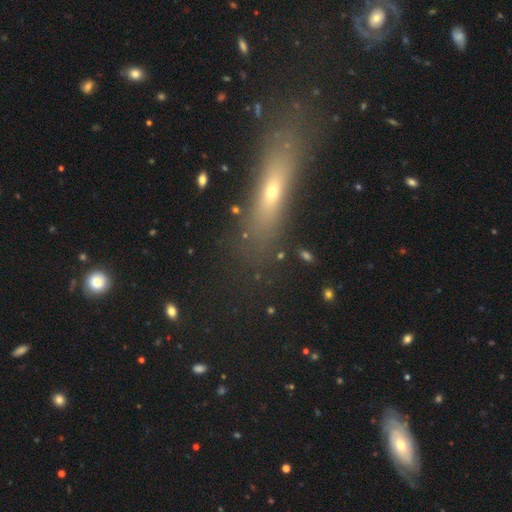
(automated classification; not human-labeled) This appears to be a smooth galaxy with no disk features (53%) that is cigar-shaped (70%). Merging: none (80%).